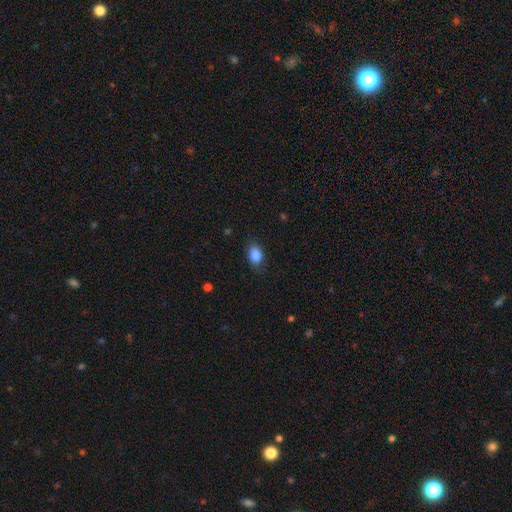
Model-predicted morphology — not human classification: The model was most divided on "how rounded": in between: 76%, round: 23%, cigar-shaped: 1%. More confident: smooth or featured — smooth (86%); merging — none (79%).